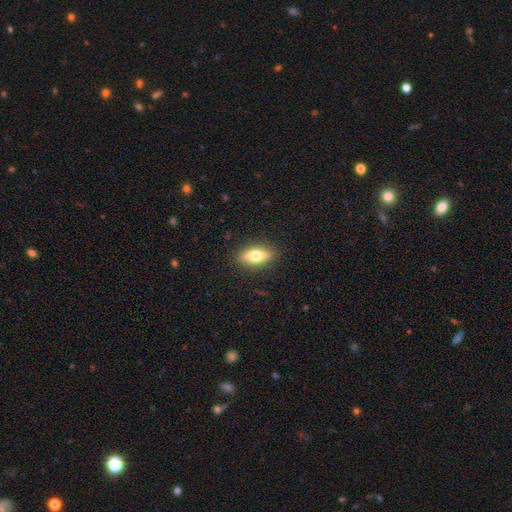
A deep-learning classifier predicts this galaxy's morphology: smooth-or-featured: smooth: 60% | featured or disk: 33% | star or artifact: 7%
  how-rounded: in between: 68% | cigar-shaped: 26% | round: 5%
  merging: none: 88% | minor disturbance: 9% | major disturbance: 2% | merger: 1%